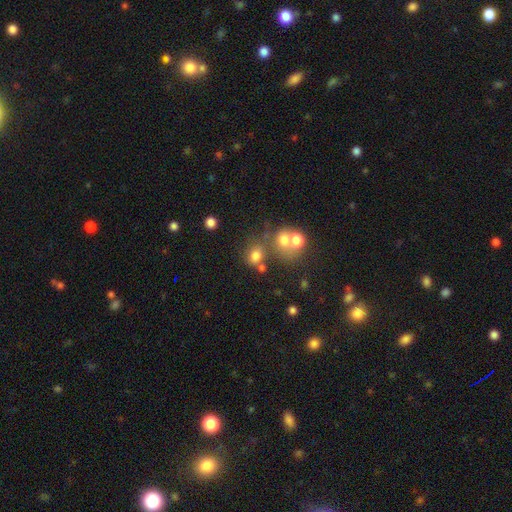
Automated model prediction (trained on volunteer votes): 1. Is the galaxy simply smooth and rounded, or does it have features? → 72% smooth, 16% star or artifact, 12% featured or disk.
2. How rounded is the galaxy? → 60% round, 39% in between, 1% cigar-shaped.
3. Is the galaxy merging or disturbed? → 46% none, 34% merger, 12% minor disturbance, 8% major disturbance.